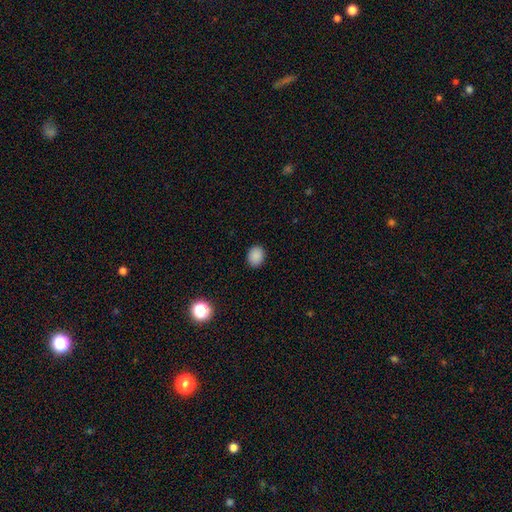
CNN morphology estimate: smooth_or_featured: smooth (p=0.87) [alt: star or artifact p=0.10]
how_rounded: round (p=0.52) [alt: in between p=0.47]
merging: none (p=0.89) [alt: minor disturbance p=0.08]